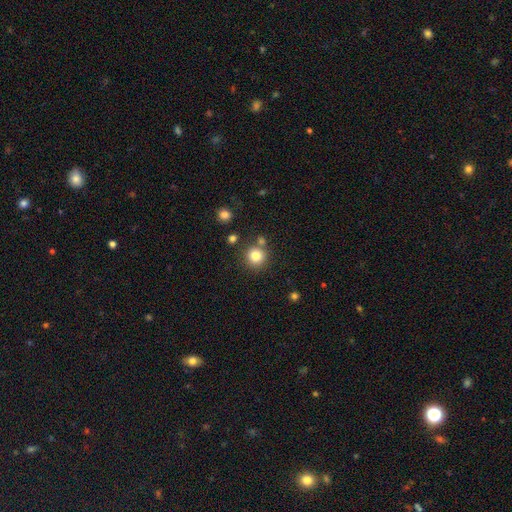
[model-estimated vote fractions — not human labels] This appears to be a smooth galaxy with no disk features (82%) that is round (92%). Merging: none (77%).